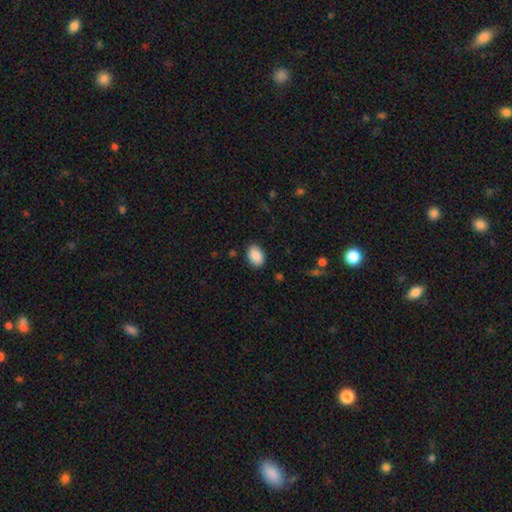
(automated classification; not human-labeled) A smooth galaxy with no disk features (89%) that is in between round and cigar-shaped (87%).

Vote fractions:
- Smooth or featured? smooth: 89% / star or artifact: 7% / featured or disk: 4%
- How rounded? in between: 87% / round: 12% / cigar-shaped: 1%
- Merging? none: 88% / minor disturbance: 9% / major disturbance: 2% / merger: 1%